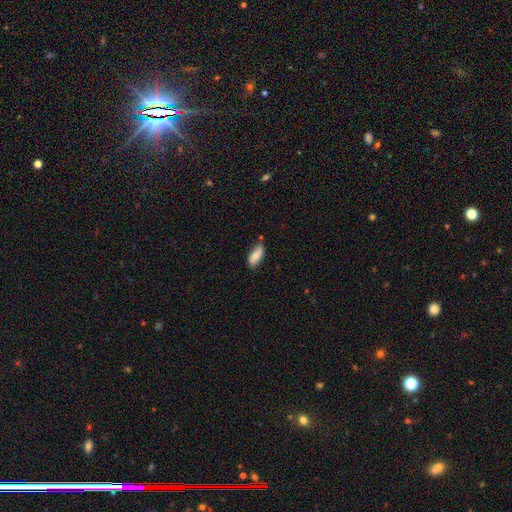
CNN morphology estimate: A smooth galaxy with no disk features (78%) that is in between round and cigar-shaped (83%). Merging: none (70%).